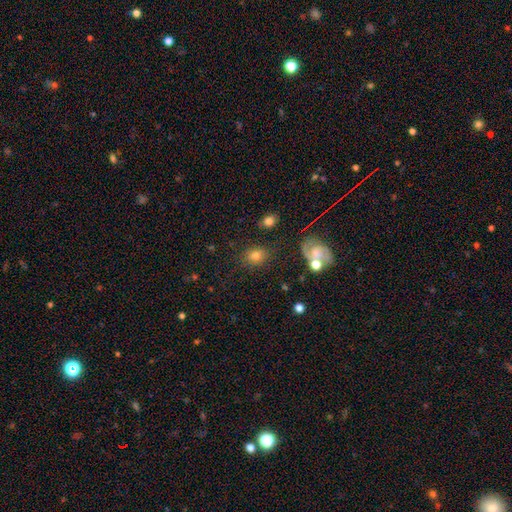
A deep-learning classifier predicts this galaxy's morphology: A smooth galaxy with no disk features (73%) that is round (51%).

Vote fractions:
- Smooth or featured? smooth: 73% / featured or disk: 15% / star or artifact: 12%
- How rounded? round: 51% / in between: 47% / cigar-shaped: 1%
- Merging? none: 78% / minor disturbance: 13% / major disturbance: 5% / merger: 5%